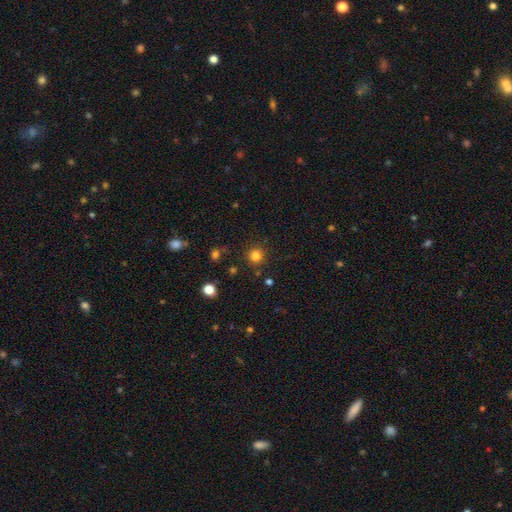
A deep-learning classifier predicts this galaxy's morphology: Smooth or featured: smooth — 80% (star or artifact — 15%)
How rounded: round — 94% (in between — 5%)
Merging: none — 88% (minor disturbance — 7%)